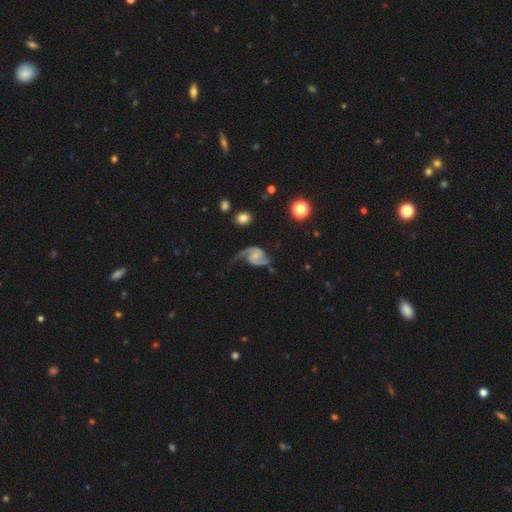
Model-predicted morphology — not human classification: Smooth or featured? featured or disk (88%)
Edge-on disk? no (98%)
Bar? no (49%)
Spiral arms? yes (97%)
Spiral winding? medium (48%)
Spiral arm count? 2 (90%)
Bulge size? small (50%)
Merging? none (58%)